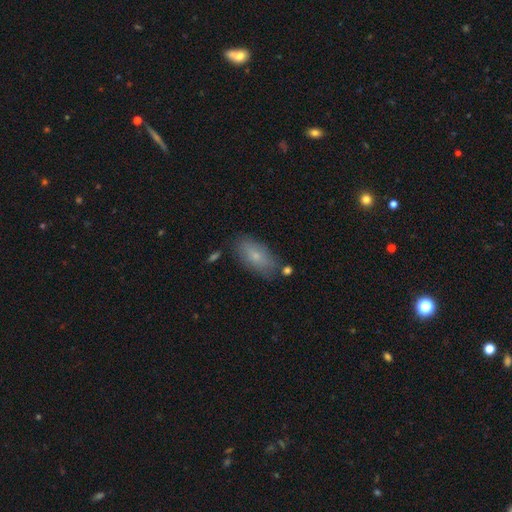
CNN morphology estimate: smooth-or-featured: smooth: 72% | featured or disk: 21% | star or artifact: 8%
  how-rounded: in between: 88% | cigar-shaped: 8% | round: 4%
  merging: none: 76% | minor disturbance: 16% | merger: 4% | major disturbance: 4%